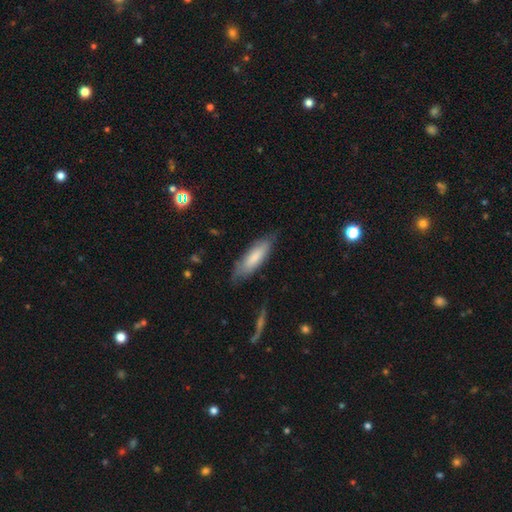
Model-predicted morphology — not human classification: smooth-or-featured: smooth: 73% | featured or disk: 20% | star or artifact: 6%
  how-rounded: cigar-shaped: 55% | in between: 44% | round: 1%
  merging: none: 78% | minor disturbance: 17% | major disturbance: 4% | merger: 1%